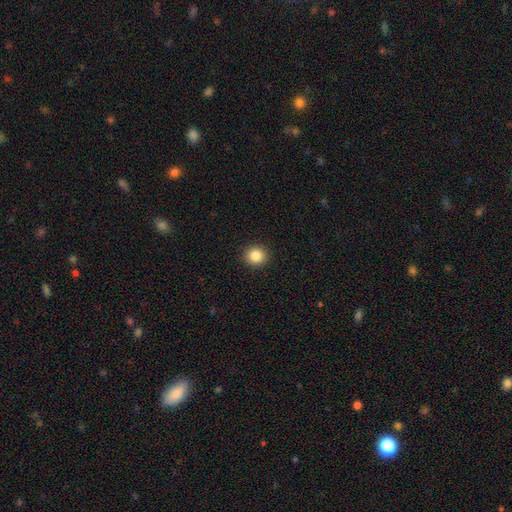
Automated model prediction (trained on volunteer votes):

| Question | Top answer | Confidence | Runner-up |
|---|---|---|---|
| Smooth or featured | smooth | 86% | star or artifact (10%) |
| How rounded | round | 87% | in between (12%) |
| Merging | none | 92% | minor disturbance (5%) |